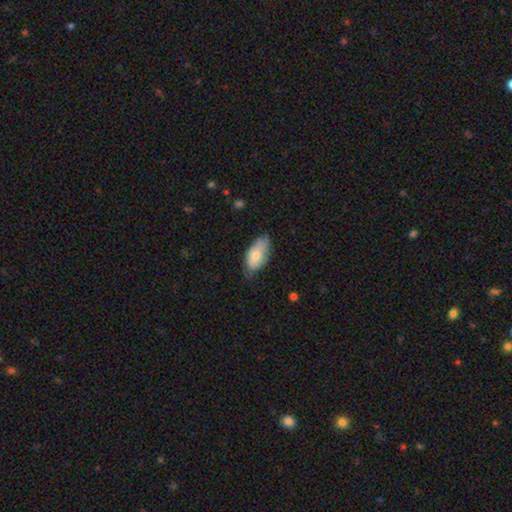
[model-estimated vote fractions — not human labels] This is likely a smooth galaxy (75%). How rounded: clearly in between (93%). Merging: possibly none (59%).